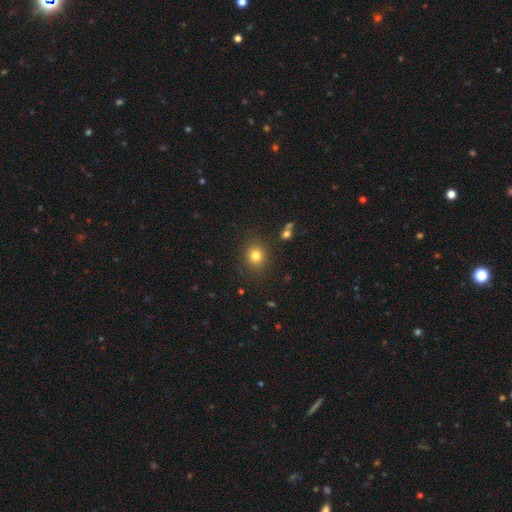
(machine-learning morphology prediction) Smooth or featured?
  - smooth: 79% *
  - star or artifact: 13%
  - featured or disk: 7%
How rounded?
  - round: 75% *
  - in between: 24%
  - cigar-shaped: 1%
Merging?
  - none: 86% *
  - minor disturbance: 8%
  - major disturbance: 3%
  - merger: 2%